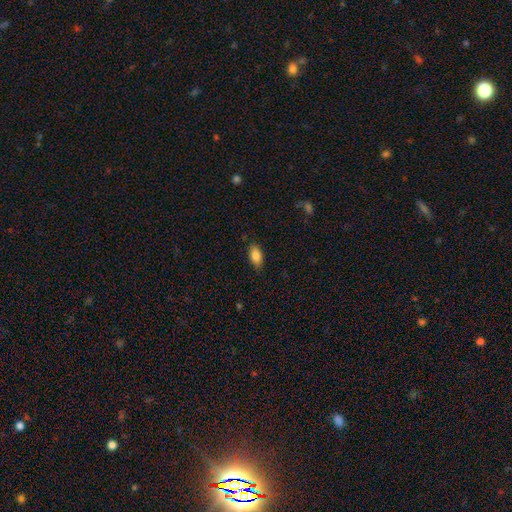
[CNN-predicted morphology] A smooth galaxy with no disk features (85%) that is in between round and cigar-shaped (90%). Merging: none (84%).